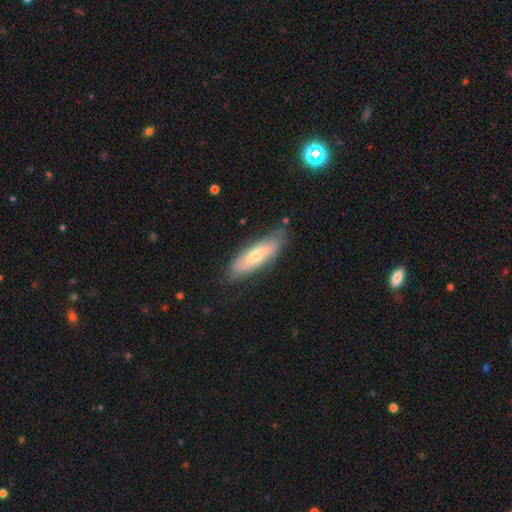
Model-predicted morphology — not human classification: smooth 55%, featured or disk 38%, star or artifact 6%. Down the decision tree: how rounded — in between (50%); merging — none (73%).